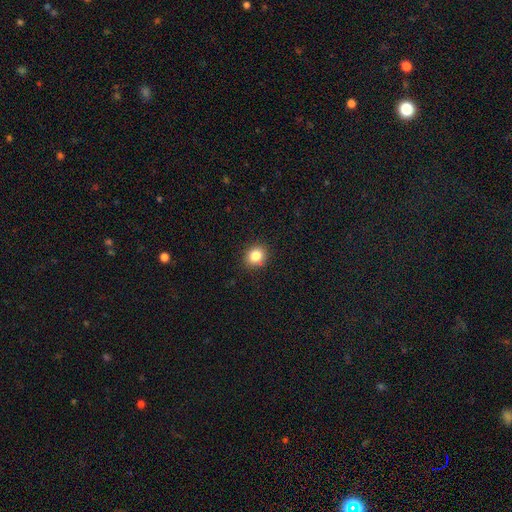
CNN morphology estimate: Q: Smooth or featured?
A: smooth (84%); runner-up: star or artifact (11%)
Q: How rounded?
A: round (69%); runner-up: in between (30%)
Q: Merging?
A: none (88%); runner-up: minor disturbance (9%)